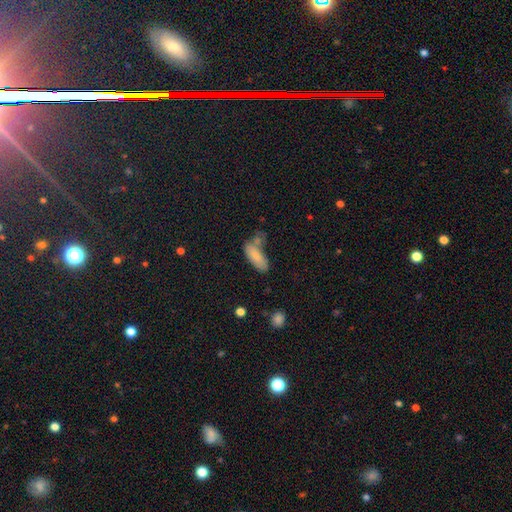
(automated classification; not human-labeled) This appears to be a smooth galaxy with no disk features (81%) that is in between round and cigar-shaped (77%). Merging: none (48%).